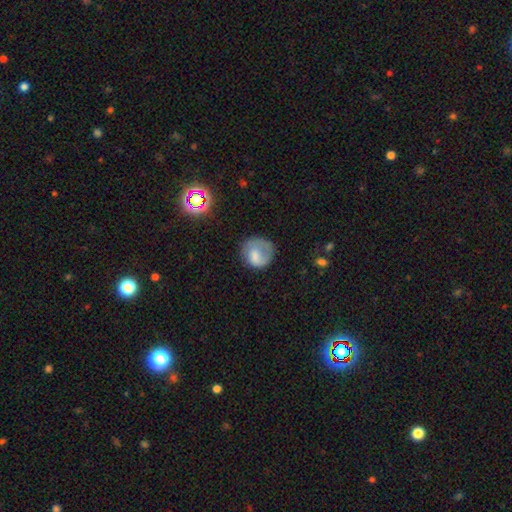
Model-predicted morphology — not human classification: smooth-or-featured: smooth: 64% | featured or disk: 28% | star or artifact: 8%
  how-rounded: round: 79% | in between: 20% | cigar-shaped: 1%
  merging: none: 52% | minor disturbance: 24% | major disturbance: 22% | merger: 2%